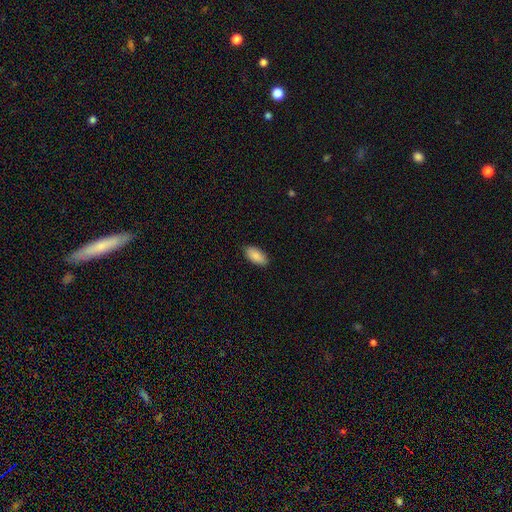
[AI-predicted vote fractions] Smooth or featured? smooth (89%)
How rounded? in between (93%)
Merging? none (88%)